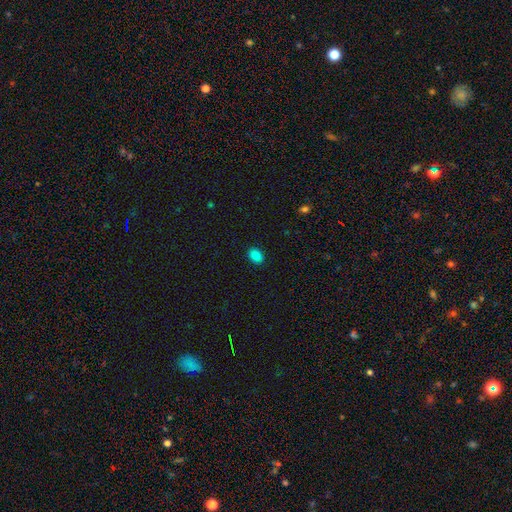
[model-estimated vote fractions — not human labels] smooth_or_featured: smooth (p=0.86) [alt: star or artifact p=0.10]
how_rounded: in between (p=0.79) [alt: round p=0.20]
merging: none (p=0.90) [alt: minor disturbance p=0.07]